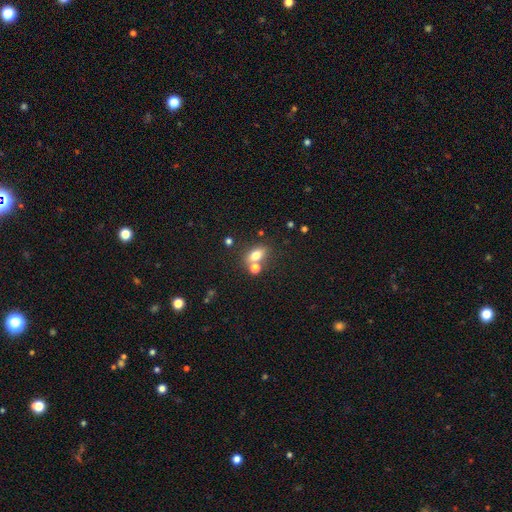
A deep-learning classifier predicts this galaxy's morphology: This appears to be a smooth galaxy with no disk features (74%) that is in between round and cigar-shaped (78%). Merging: none (56%).